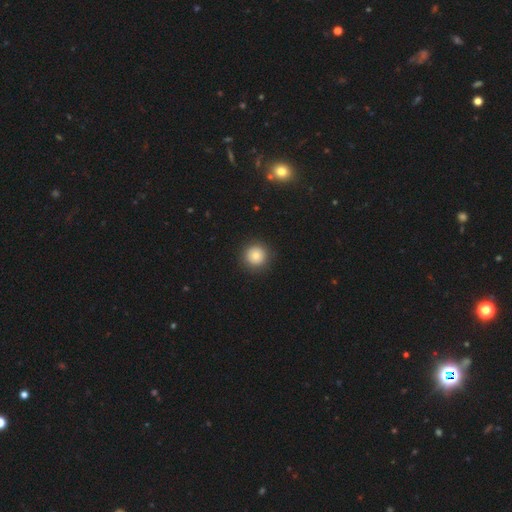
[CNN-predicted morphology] Smooth or featured?
  - smooth: 78% *
  - featured or disk: 12%
  - star or artifact: 10%
How rounded?
  - round: 96% *
  - in between: 3%
  - cigar-shaped: 1%
Merging?
  - none: 91% *
  - minor disturbance: 6%
  - major disturbance: 2%
  - merger: 1%